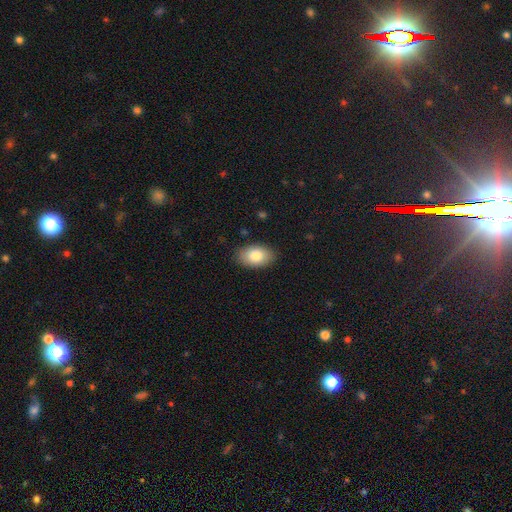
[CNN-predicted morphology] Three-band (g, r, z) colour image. It shows a smooth galaxy with no disk features (84%) that is in between round and cigar-shaped (91%). Merging: none (87%).